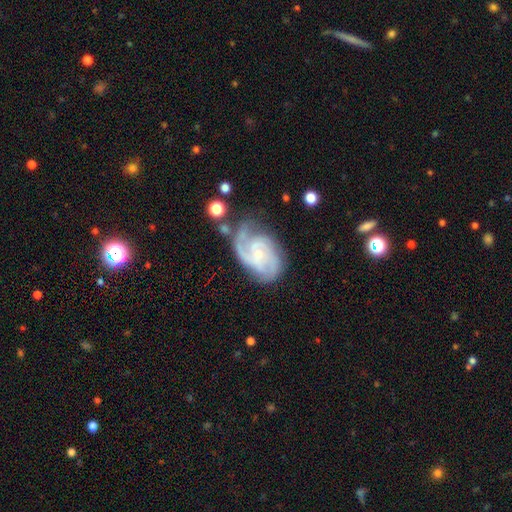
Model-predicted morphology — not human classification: Q: Smooth or featured?
A: featured or disk (86%); runner-up: smooth (7%)
Q: Edge-on disk?
A: no (97%); runner-up: yes (3%)
Q: Bar?
A: no (59%); runner-up: weak (32%)
Q: Spiral arms?
A: yes (97%); runner-up: no (3%)
Q: Spiral winding?
A: tight (51%); runner-up: medium (40%)
Q: Spiral arm count?
A: 2 (37%); runner-up: 3 (32%)
Q: Bulge size?
A: small (74%); runner-up: moderate (19%)
Q: Merging?
A: none (64%); runner-up: minor disturbance (22%)